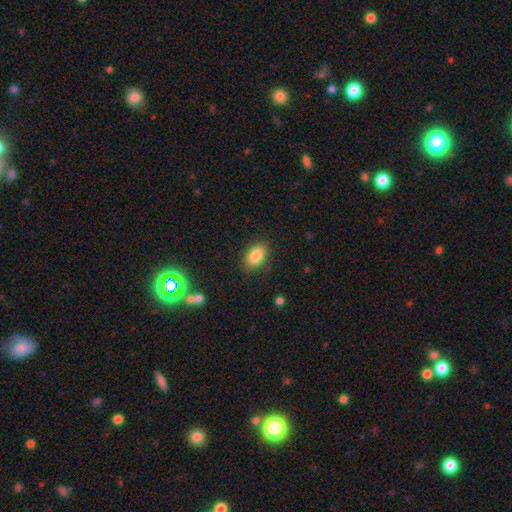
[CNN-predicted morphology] Smooth or featured? Predicted: smooth (p=0.86). How rounded? Predicted: in between (p=0.89). Merging? Predicted: none (p=0.85).